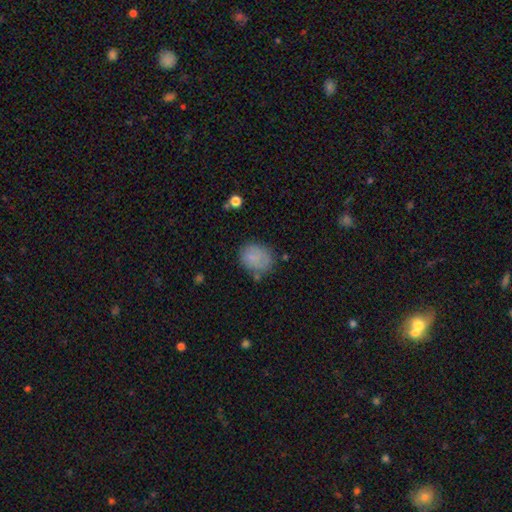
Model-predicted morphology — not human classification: The model was most divided on "how rounded": round: 59%, in between: 40%, cigar-shaped: 1%. More confident: smooth or featured — smooth (70%); merging — none (66%).